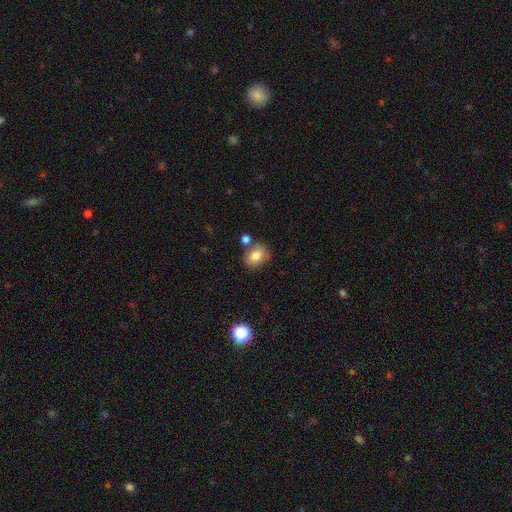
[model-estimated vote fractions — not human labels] smooth_or_featured: smooth (p=0.80) [alt: featured or disk p=0.10]
how_rounded: round (p=0.52) [alt: in between p=0.47]
merging: none (p=0.69) [alt: minor disturbance p=0.14]